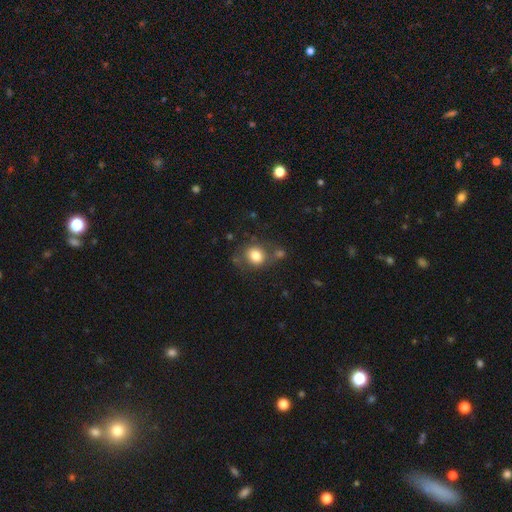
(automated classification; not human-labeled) A smooth galaxy with no disk features (78%) that is round (70%).

Vote fractions:
- Smooth or featured? smooth: 78% / featured or disk: 12% / star or artifact: 10%
- How rounded? round: 70% / in between: 29% / cigar-shaped: 1%
- Merging? none: 65% / minor disturbance: 17% / merger: 10% / major disturbance: 8%